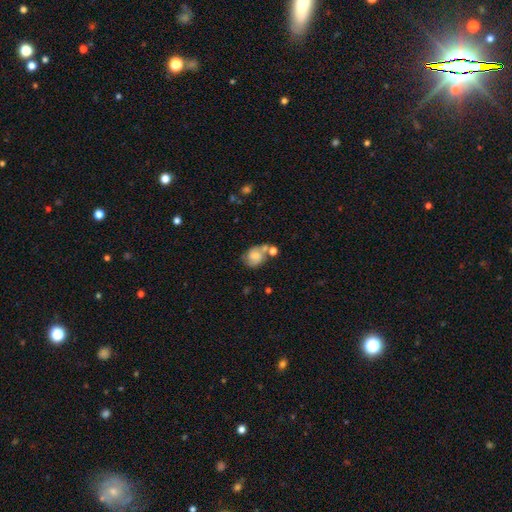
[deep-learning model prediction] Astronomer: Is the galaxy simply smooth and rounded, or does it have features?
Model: featured or disk — 50% (runner-up: smooth, 41%).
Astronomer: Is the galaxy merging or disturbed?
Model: none — 44% (runner-up: merger, 27%).